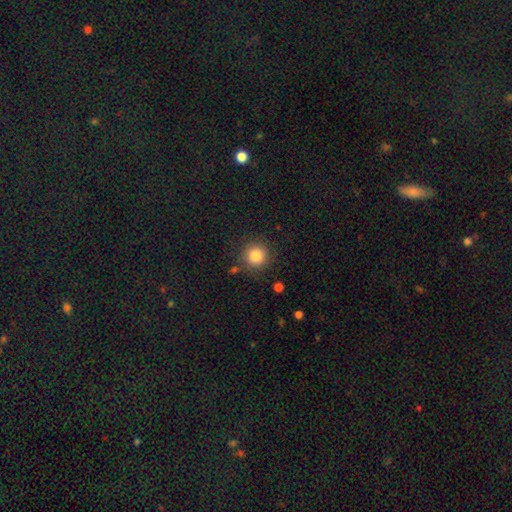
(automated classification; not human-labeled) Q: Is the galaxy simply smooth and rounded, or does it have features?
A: smooth — 85%.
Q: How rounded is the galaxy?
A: round — 94%.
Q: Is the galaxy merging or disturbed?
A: none — 85%.